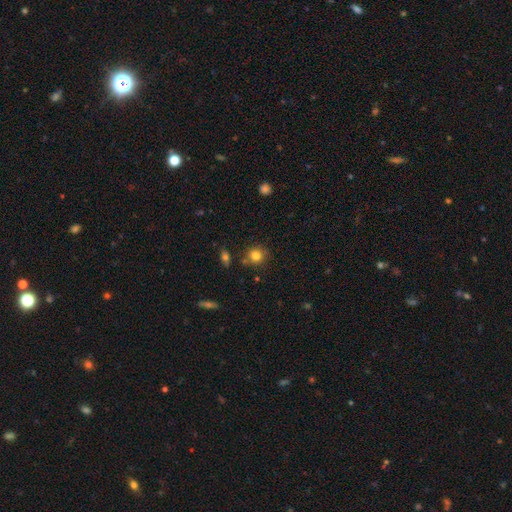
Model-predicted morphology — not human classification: type=smooth (81%); roundness=round (86%); merging=none (80%).